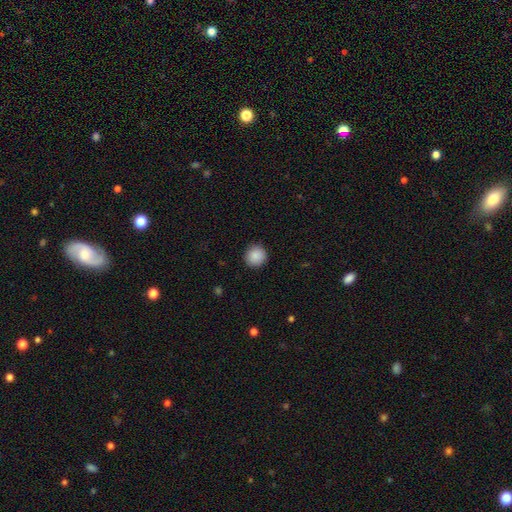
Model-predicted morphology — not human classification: Smooth or featured? smooth (89%)
How rounded? round (92%)
Merging? none (91%)